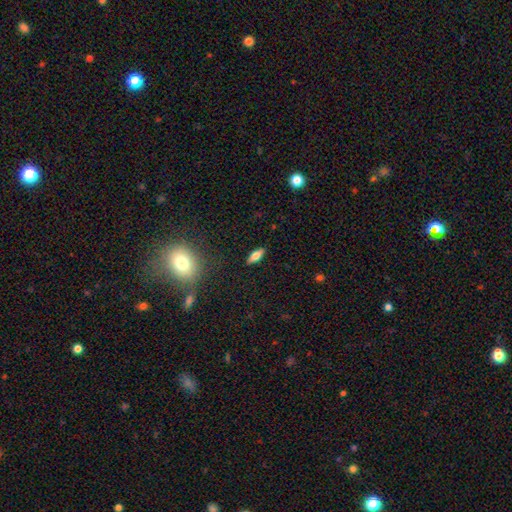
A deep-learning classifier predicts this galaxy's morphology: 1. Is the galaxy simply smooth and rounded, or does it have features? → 62% smooth, 29% featured or disk, 9% star or artifact.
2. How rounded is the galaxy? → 70% in between, 27% cigar-shaped, 3% round.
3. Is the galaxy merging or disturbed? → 88% none, 8% minor disturbance, 2% major disturbance, 1% merger.